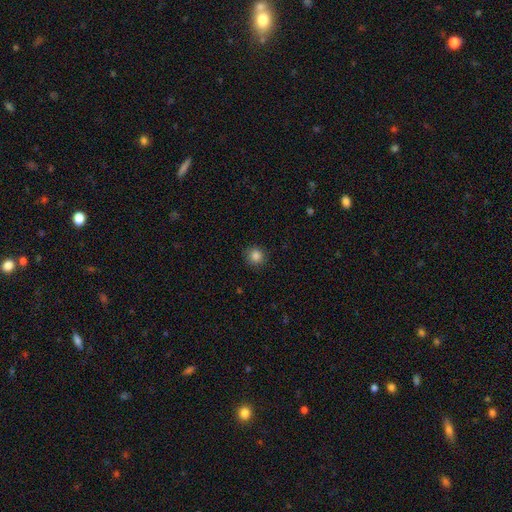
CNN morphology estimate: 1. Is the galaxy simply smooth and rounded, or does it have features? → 85% smooth, 11% star or artifact, 4% featured or disk.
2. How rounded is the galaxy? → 92% round, 7% in between, 1% cigar-shaped.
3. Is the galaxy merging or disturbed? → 89% none, 8% minor disturbance, 2% major disturbance, 1% merger.